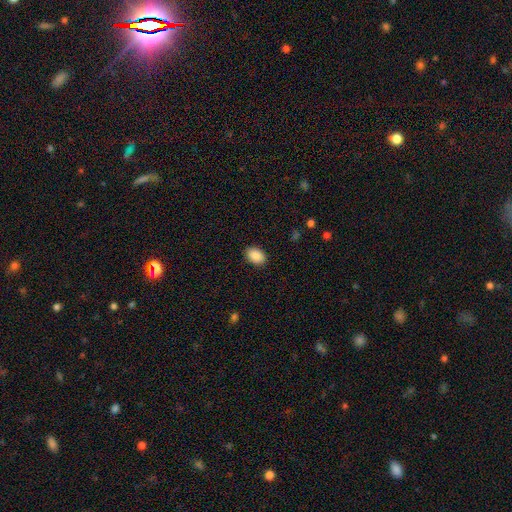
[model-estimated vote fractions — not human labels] This is clearly a smooth galaxy (89%). How rounded: clearly in between (83%). Merging: clearly none (89%).